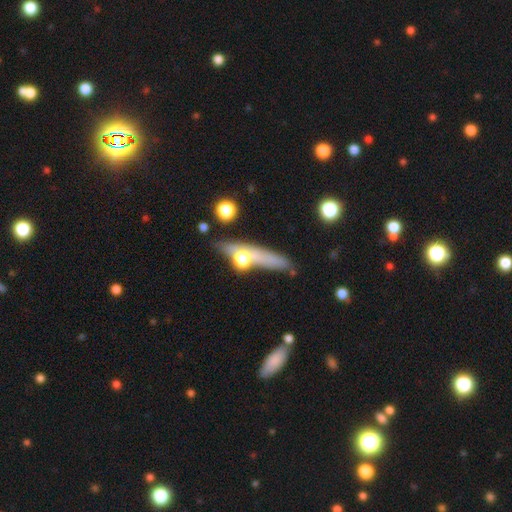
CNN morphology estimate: Q: Smooth or featured?
A: featured or disk (50%); runner-up: smooth (38%)
Q: Edge-on disk?
A: yes (84%); runner-up: no (16%)
Q: Merging?
A: none (59%); runner-up: minor disturbance (19%)